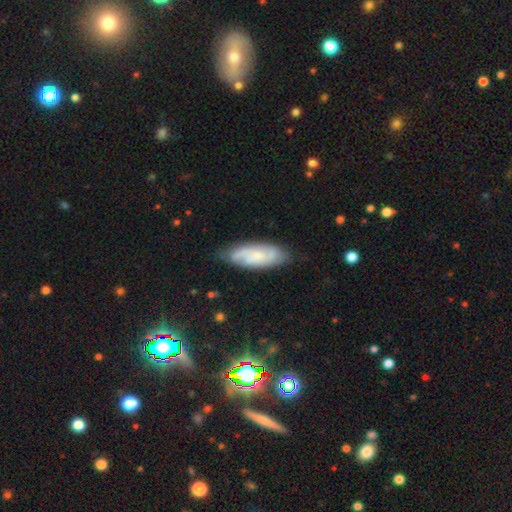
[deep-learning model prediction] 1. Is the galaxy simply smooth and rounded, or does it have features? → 55% featured or disk, 38% smooth, 7% star or artifact.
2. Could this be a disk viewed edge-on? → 87% no, 13% yes.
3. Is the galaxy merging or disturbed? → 73% none, 20% minor disturbance, 5% major disturbance, 2% merger.